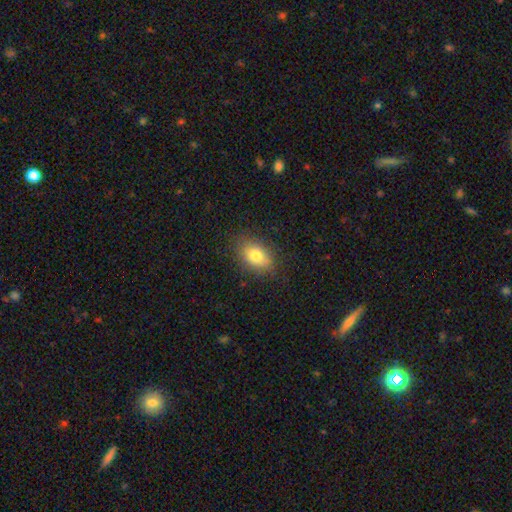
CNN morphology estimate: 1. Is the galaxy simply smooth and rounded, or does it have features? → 79% smooth, 11% featured or disk, 9% star or artifact.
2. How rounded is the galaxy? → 80% in between, 18% round, 2% cigar-shaped.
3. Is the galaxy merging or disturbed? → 82% none, 13% minor disturbance, 4% major disturbance, 1% merger.